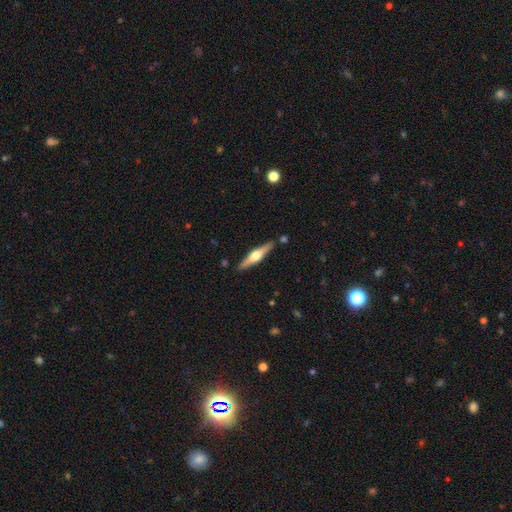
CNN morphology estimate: Q: Smooth or featured?
A: featured or disk (67%); runner-up: smooth (28%)
Q: Edge-on disk?
A: yes (97%); runner-up: no (3%)
Q: Edge-on bulge?
A: rounded (93%); runner-up: boxy (4%)
Q: Merging?
A: none (88%); runner-up: minor disturbance (8%)